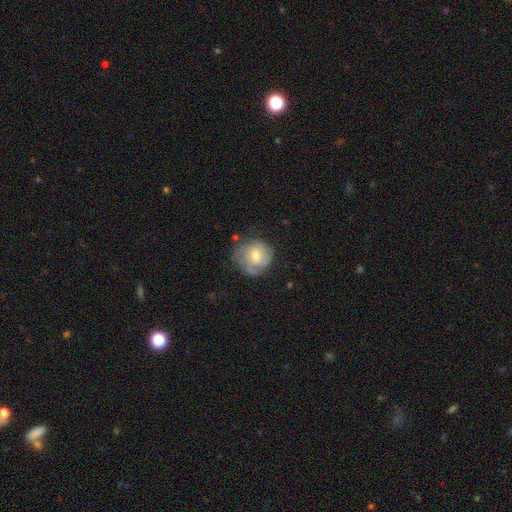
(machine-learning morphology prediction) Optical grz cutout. It shows a smooth galaxy with no disk features (54%) that is round (82%). Merging: none (56%).